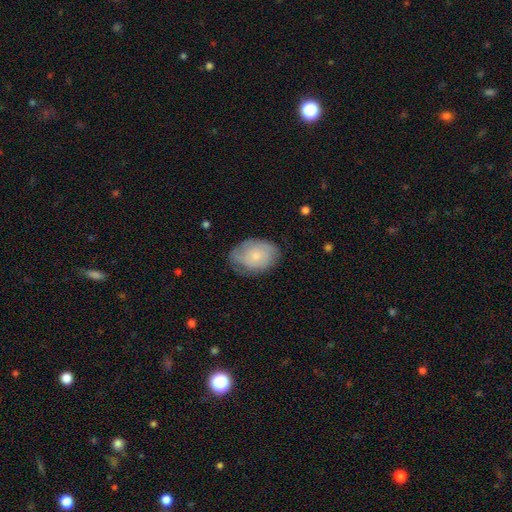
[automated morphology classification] Smooth or featured: smooth — 51% (featured or disk — 43%)
How rounded: in between — 80% (round — 19%)
Merging: none — 66% (minor disturbance — 26%)